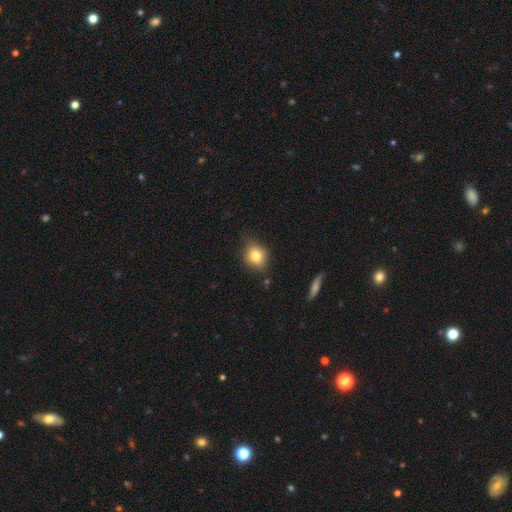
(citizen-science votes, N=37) A smooth galaxy with no disk features (84%) that is round (58%). Merging: none (61%).